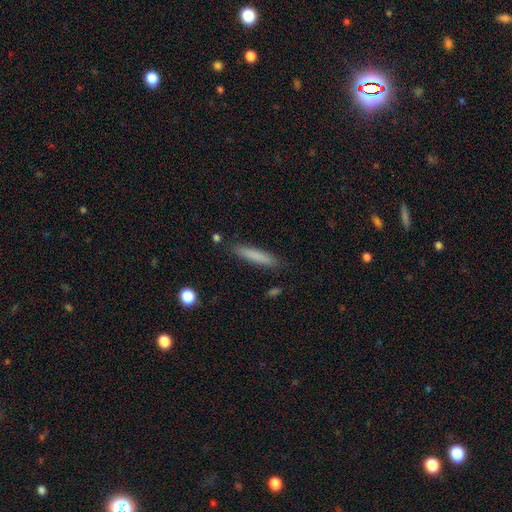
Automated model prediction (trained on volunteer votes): Q: Smooth or featured?
A: smooth (80%); runner-up: featured or disk (14%)
Q: How rounded?
A: cigar-shaped (91%); runner-up: in between (8%)
Q: Merging?
A: none (87%); runner-up: minor disturbance (9%)